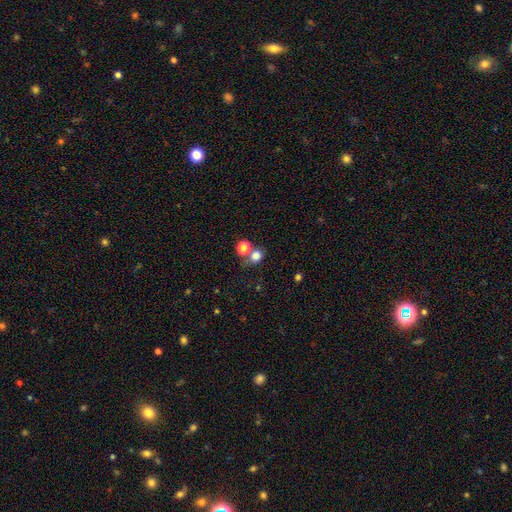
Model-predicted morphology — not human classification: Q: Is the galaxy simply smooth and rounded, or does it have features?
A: smooth — 78%.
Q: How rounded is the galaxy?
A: round — 68%.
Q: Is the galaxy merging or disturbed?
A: none — 51%.